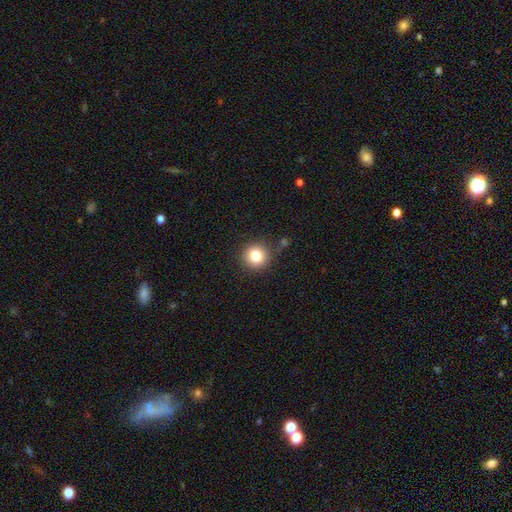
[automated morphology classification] Smooth or featured: smooth — 82% (star or artifact — 11%)
How rounded: round — 93% (in between — 6%)
Merging: none — 84% (minor disturbance — 10%)